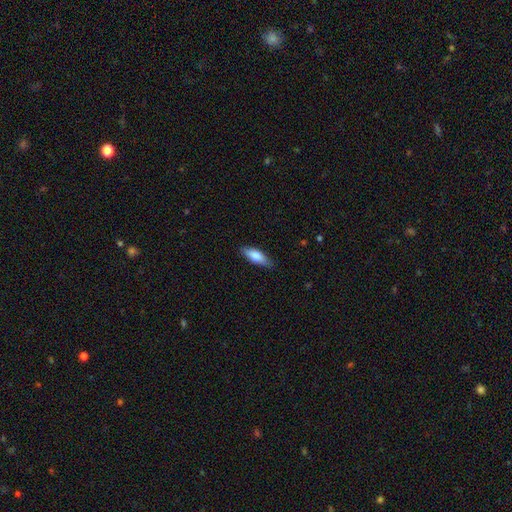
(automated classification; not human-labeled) Smooth or featured: smooth — 75% (featured or disk — 19%)
How rounded: in between — 59% (cigar-shaped — 39%)
Merging: none — 82% (minor disturbance — 14%)